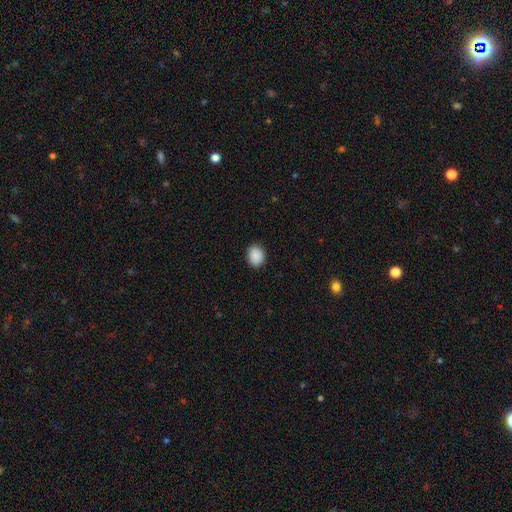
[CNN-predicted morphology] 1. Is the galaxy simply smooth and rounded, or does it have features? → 90% smooth, 8% star or artifact, 3% featured or disk.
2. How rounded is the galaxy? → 50% in between, 49% round, 1% cigar-shaped.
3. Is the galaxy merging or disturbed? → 89% none, 8% minor disturbance, 2% major disturbance, 1% merger.